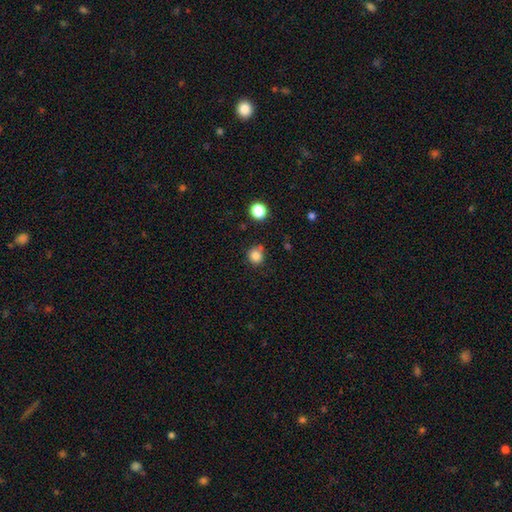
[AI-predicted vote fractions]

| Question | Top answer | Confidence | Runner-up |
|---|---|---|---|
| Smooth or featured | smooth | 82% | star or artifact (13%) |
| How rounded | round | 91% | in between (8%) |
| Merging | none | 76% | minor disturbance (12%) |